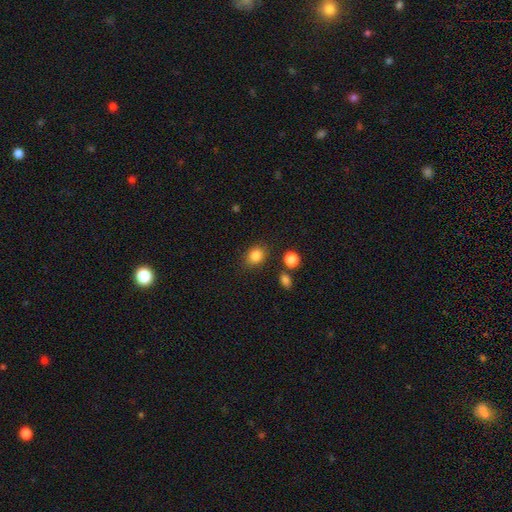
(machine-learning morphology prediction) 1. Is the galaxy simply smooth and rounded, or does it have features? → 85% smooth, 10% star or artifact, 5% featured or disk.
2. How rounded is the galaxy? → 54% round, 45% in between, 1% cigar-shaped.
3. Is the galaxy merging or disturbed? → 81% none, 12% minor disturbance, 4% merger, 4% major disturbance.